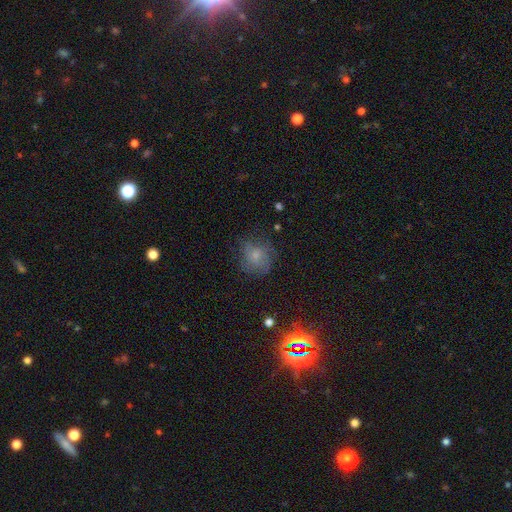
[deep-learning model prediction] The model was most divided on "smooth or featured": smooth: 58%, featured or disk: 29%, star or artifact: 14%. More confident: how rounded — round (78%); merging — none (62%).